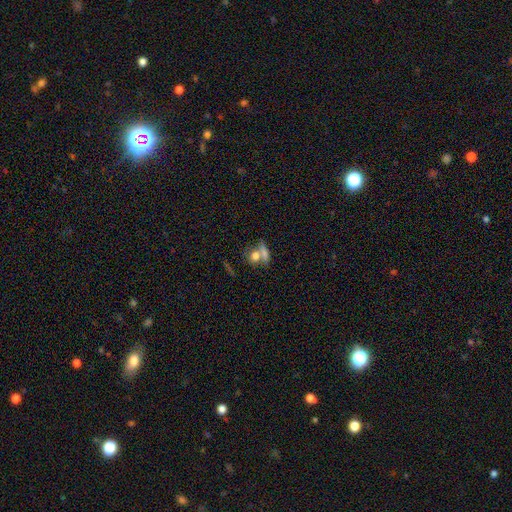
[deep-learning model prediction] This appears to be a smooth galaxy with no disk features (68%) that is round (50%). Merging: none (43%).